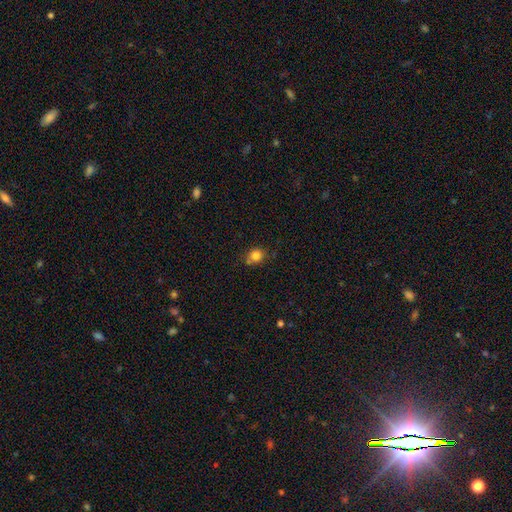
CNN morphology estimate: This appears to be a smooth galaxy with no disk features (82%) that is round (77%). Merging: none (66%).